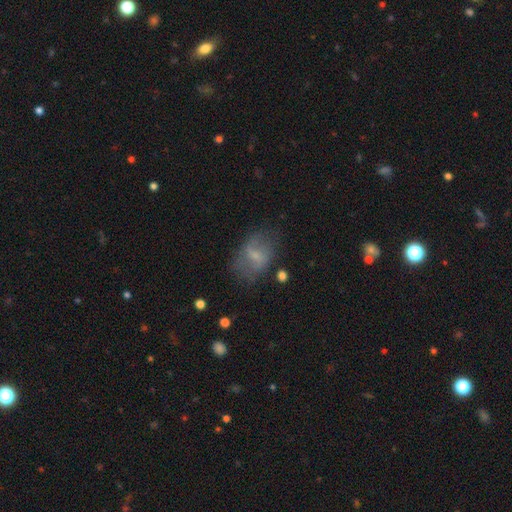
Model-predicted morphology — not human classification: smooth 48%, featured or disk 42%, star or artifact 10%. Down the decision tree: merging — none (57%).